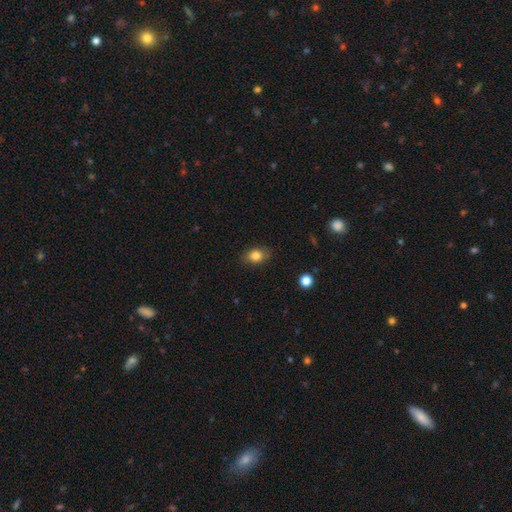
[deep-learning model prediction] Smooth or featured? smooth (83%)
How rounded? in between (67%)
Merging? none (84%)